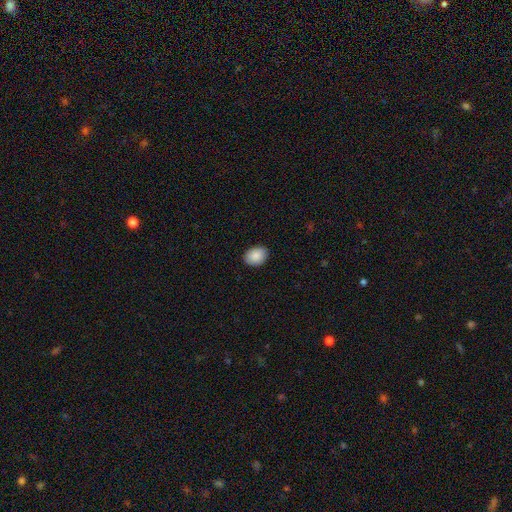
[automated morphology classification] Smooth or featured?
  - smooth: 89% *
  - star or artifact: 7%
  - featured or disk: 4%
How rounded?
  - in between: 71% *
  - round: 28%
  - cigar-shaped: 1%
Merging?
  - none: 88% *
  - minor disturbance: 9%
  - major disturbance: 2%
  - merger: 1%